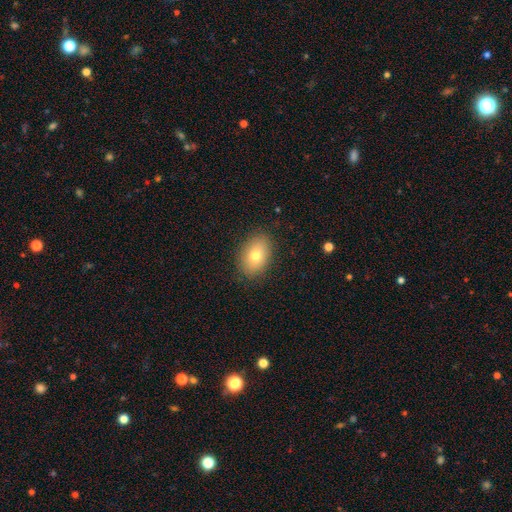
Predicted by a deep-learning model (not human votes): Morphology: type=smooth (76%); roundness=in between (82%); merging=none (87%).